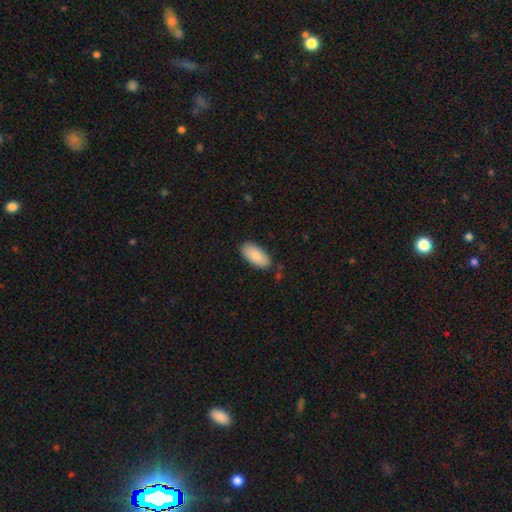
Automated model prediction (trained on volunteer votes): smooth_or_featured: smooth (p=0.87) [alt: featured or disk p=0.07]
how_rounded: in between (p=0.94) [alt: cigar-shaped p=0.05]
merging: none (p=0.82) [alt: minor disturbance p=0.13]